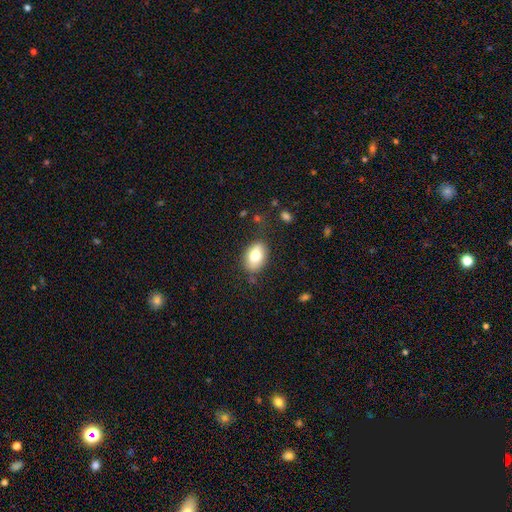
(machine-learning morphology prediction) Smooth or featured: smooth — 76% (featured or disk — 16%)
How rounded: in between — 84% (round — 15%)
Merging: none — 81% (minor disturbance — 14%)